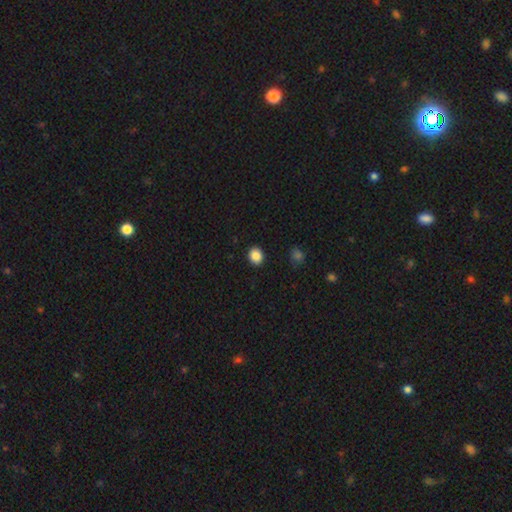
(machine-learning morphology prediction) Smooth or featured: smooth — 87% (star or artifact — 9%)
How rounded: round — 64% (in between — 36%)
Merging: none — 91% (minor disturbance — 6%)